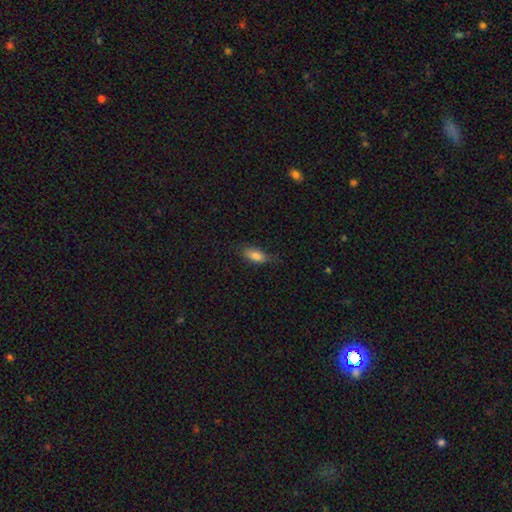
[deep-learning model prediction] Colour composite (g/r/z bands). It shows a smooth galaxy with no disk features (82%) that is in between round and cigar-shaped (83%). Merging: none (66%).